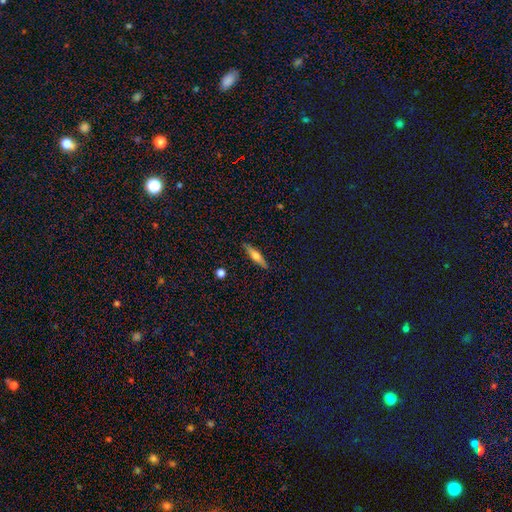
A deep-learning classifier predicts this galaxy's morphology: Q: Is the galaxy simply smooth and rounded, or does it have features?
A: smooth — 47%.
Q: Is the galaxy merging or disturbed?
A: none — 89%.